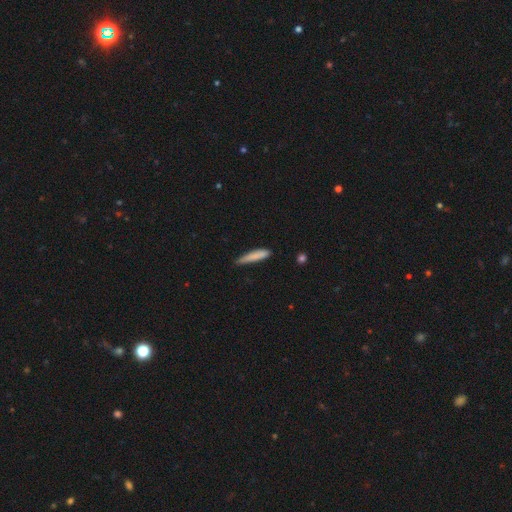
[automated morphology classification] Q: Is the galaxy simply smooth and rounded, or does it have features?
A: smooth — 81%.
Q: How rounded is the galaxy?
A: cigar-shaped — 91%.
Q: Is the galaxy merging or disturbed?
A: none — 67%.